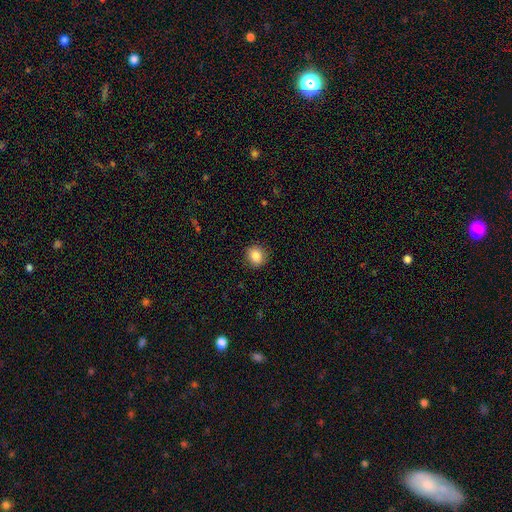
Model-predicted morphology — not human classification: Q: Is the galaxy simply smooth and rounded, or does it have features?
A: smooth — 85%.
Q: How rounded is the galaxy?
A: round — 77%.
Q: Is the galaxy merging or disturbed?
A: none — 89%.